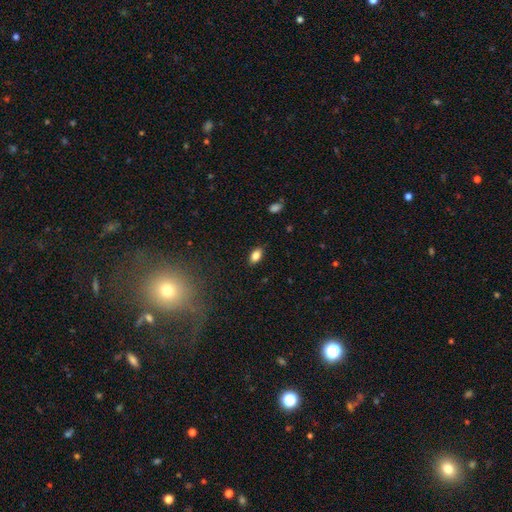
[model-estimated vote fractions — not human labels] smooth-or-featured: smooth: 83% | star or artifact: 9% | featured or disk: 8%
  how-rounded: in between: 90% | round: 6% | cigar-shaped: 4%
  merging: none: 87% | minor disturbance: 9% | major disturbance: 2% | merger: 1%